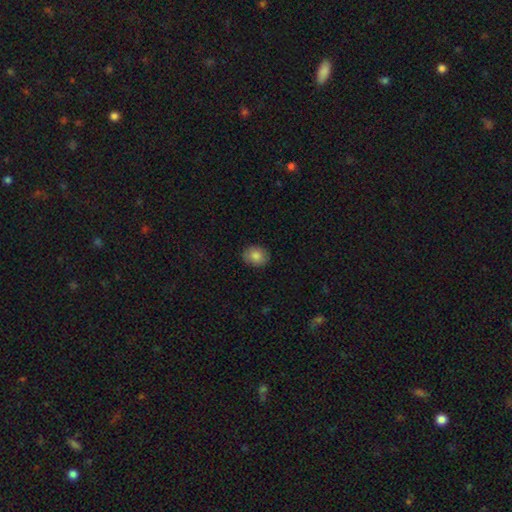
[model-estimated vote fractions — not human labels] Smooth or featured? Predicted: smooth (p=0.84). How rounded? Predicted: round (p=0.54). Merging? Predicted: none (p=0.87).